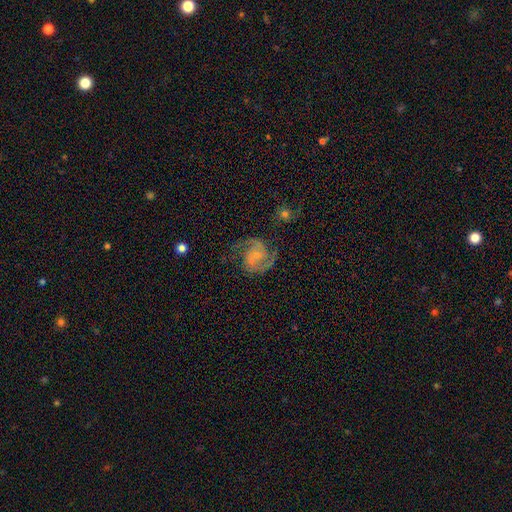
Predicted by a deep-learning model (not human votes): Smooth or featured?
  - featured or disk: 84% *
  - smooth: 9%
  - star or artifact: 6%
Edge-on disk?
  - no: 98% *
  - yes: 2%
Bar?
  - no: 52% *
  - weak: 38%
  - strong: 10%
Spiral arms?
  - yes: 96% *
  - no: 4%
Spiral winding?
  - medium: 57% *
  - loose: 24%
  - tight: 19%
Spiral arm count?
  - 2: 89% *
  - can't tell: 4%
  - 3: 3%
  - 1: 2%
  - 4: 1%
  - more than 4: 1%
Bulge size?
  - small: 65% *
  - moderate: 20%
  - none: 12%
  - large: 2%
  - dominant: 1%
Merging?
  - none: 67% *
  - minor disturbance: 18%
  - major disturbance: 12%
  - merger: 3%